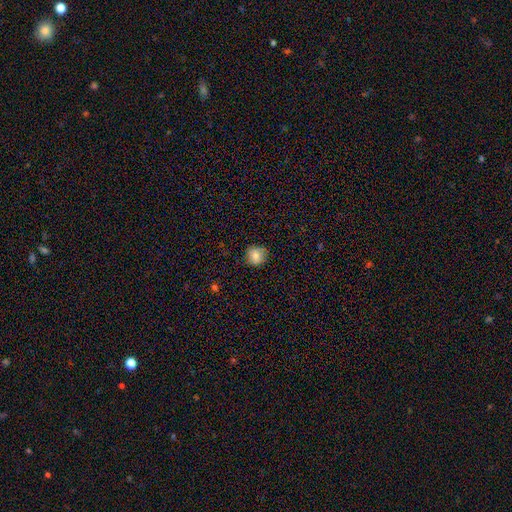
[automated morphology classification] Smooth or featured: smooth — 82% (star or artifact — 10%)
How rounded: round — 86% (in between — 13%)
Merging: none — 82% (minor disturbance — 14%)